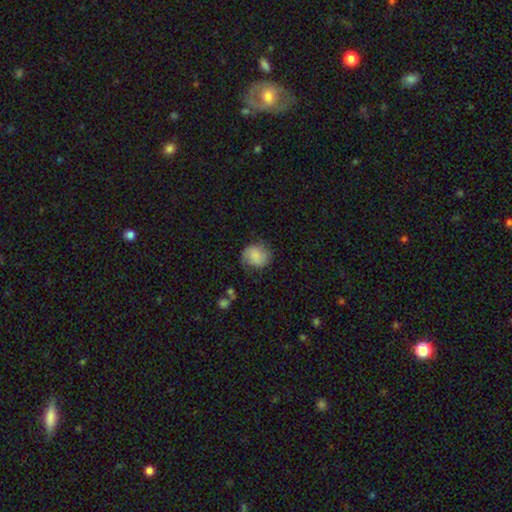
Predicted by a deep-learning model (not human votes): Morphology: type=smooth (64%); roundness=round (75%); merging=none (68%).